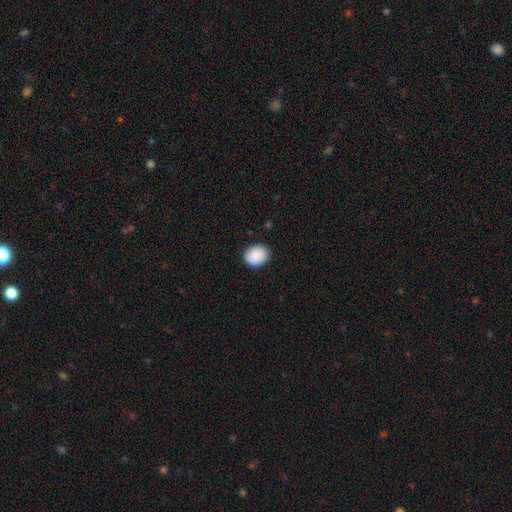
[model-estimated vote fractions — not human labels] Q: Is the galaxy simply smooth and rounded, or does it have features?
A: smooth — 90%.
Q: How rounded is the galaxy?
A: round — 54%.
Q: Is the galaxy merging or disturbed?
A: none — 87%.